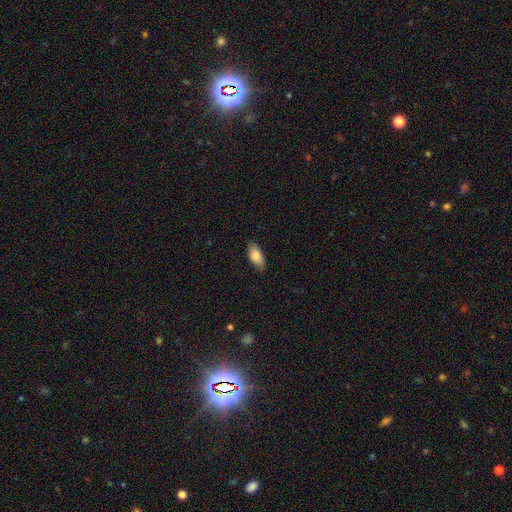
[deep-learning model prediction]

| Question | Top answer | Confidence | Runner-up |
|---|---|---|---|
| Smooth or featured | smooth | 86% | featured or disk (8%) |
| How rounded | in between | 90% | cigar-shaped (8%) |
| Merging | none | 80% | minor disturbance (16%) |